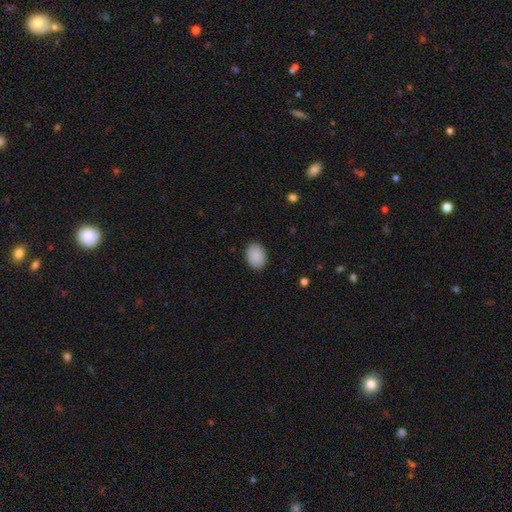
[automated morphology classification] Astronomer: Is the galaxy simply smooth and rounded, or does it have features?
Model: smooth — 90%.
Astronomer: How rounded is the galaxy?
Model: in between — 74%.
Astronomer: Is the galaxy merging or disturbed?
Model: none — 88%.